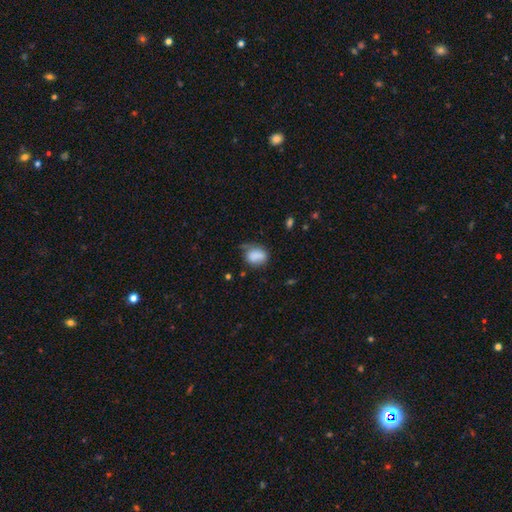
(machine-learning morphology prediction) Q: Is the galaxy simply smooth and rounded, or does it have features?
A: smooth — 82%.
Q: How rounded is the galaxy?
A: in between — 61%.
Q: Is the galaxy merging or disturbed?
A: none — 48%.